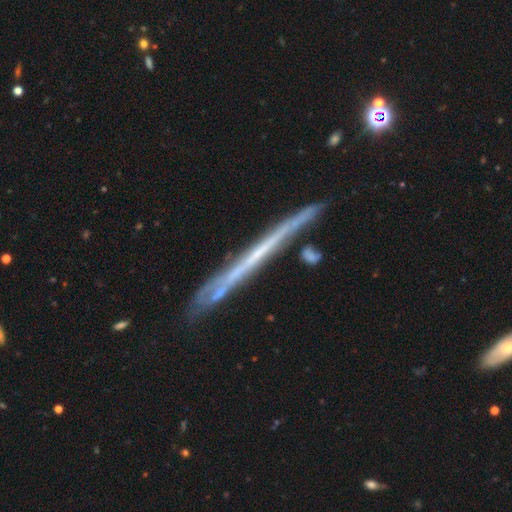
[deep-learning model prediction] Morphology: type=featured or disk (68%); edge-on=yes (95%); edge-on bulge=none (90%); merging=none (82%).